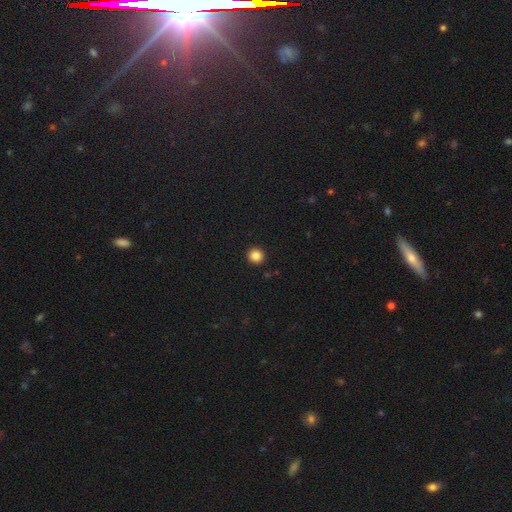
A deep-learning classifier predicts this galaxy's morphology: A smooth galaxy with no disk features (85%) that is round (94%). Merging: none (93%).